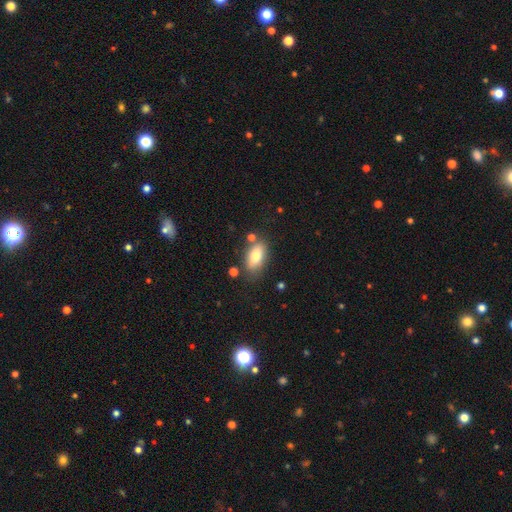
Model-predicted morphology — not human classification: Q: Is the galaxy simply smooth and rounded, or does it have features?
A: smooth — 75%.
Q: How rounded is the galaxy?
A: in between — 89%.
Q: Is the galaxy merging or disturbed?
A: none — 74%.